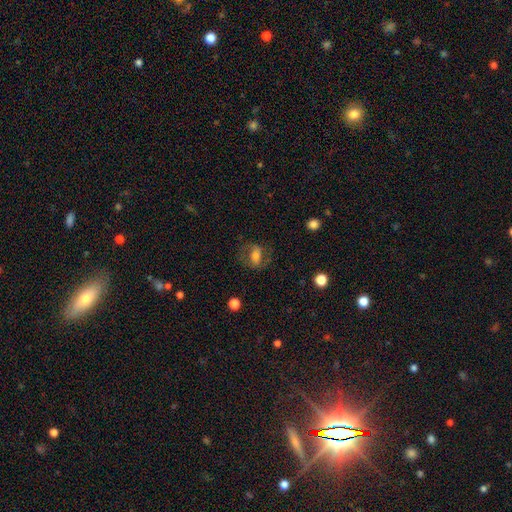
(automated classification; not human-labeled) smooth_or_featured: smooth (p=0.51) [alt: featured or disk p=0.39]
how_rounded: in between (p=0.71) [alt: round p=0.24]
merging: none (p=0.67) [alt: minor disturbance p=0.17]